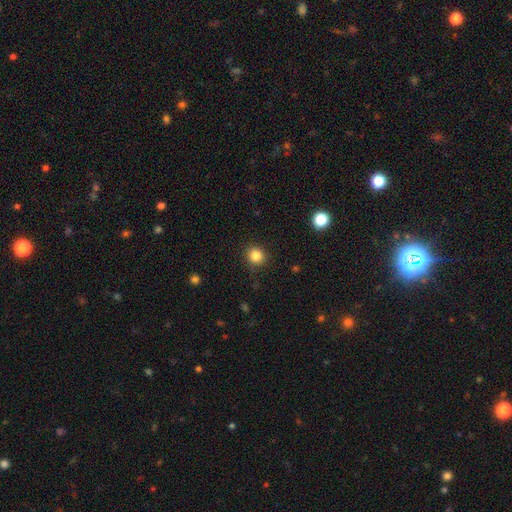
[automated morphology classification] Q: Smooth or featured?
A: smooth (84%); runner-up: star or artifact (11%)
Q: How rounded?
A: round (89%); runner-up: in between (10%)
Q: Merging?
A: none (90%); runner-up: minor disturbance (7%)